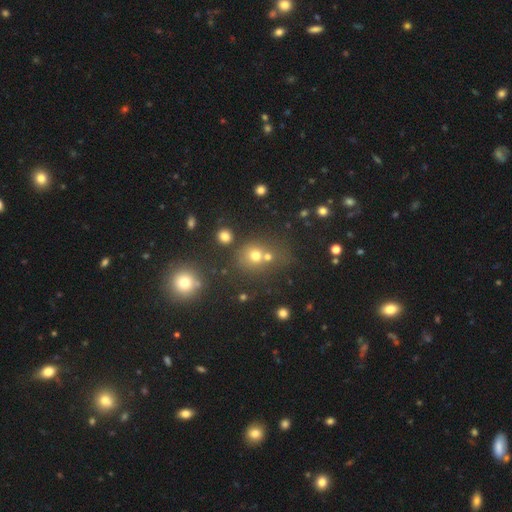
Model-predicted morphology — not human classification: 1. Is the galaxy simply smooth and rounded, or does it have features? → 66% smooth, 23% star or artifact, 11% featured or disk.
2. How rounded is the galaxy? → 84% round, 15% in between, 1% cigar-shaped.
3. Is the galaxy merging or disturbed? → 55% none, 31% merger, 9% minor disturbance, 5% major disturbance.